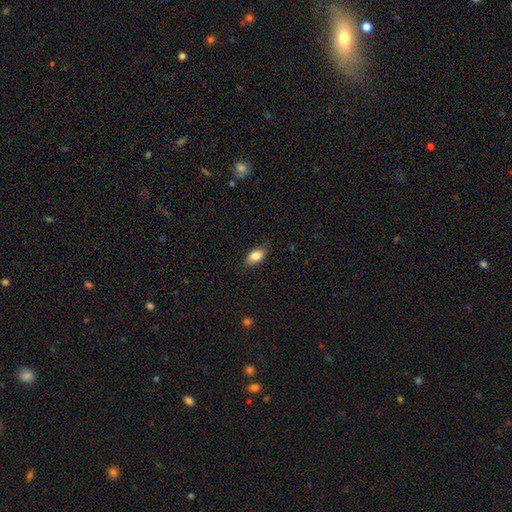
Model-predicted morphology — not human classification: This appears to be a smooth galaxy with no disk features (84%) that is in between round and cigar-shaped (90%). Merging: none (80%).